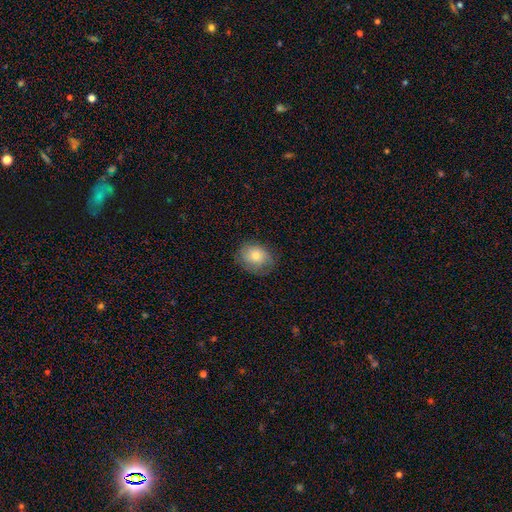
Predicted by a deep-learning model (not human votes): This appears to be a smooth galaxy with no disk features (70%) that is in between round and cigar-shaped (53%). Merging: none (73%).